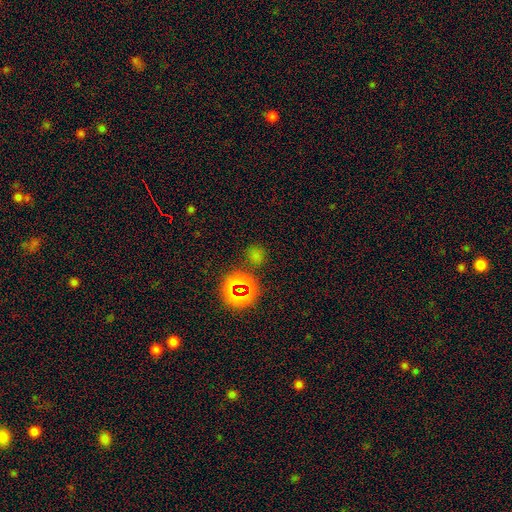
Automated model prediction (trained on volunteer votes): smooth-or-featured: smooth: 54% | star or artifact: 40% | featured or disk: 6%
  how-rounded: round: 84% | in between: 15% | cigar-shaped: 1%
  merging: none: 79% | minor disturbance: 11% | merger: 6% | major disturbance: 4%